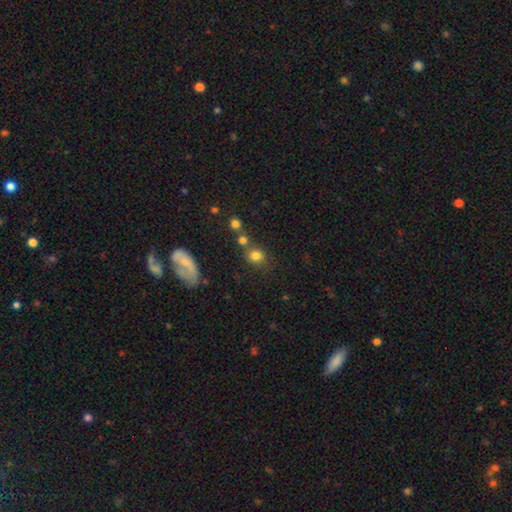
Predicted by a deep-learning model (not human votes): Smooth or featured? Predicted: smooth (p=0.78). How rounded? Predicted: round (p=0.65). Merging? Predicted: none (p=0.62).